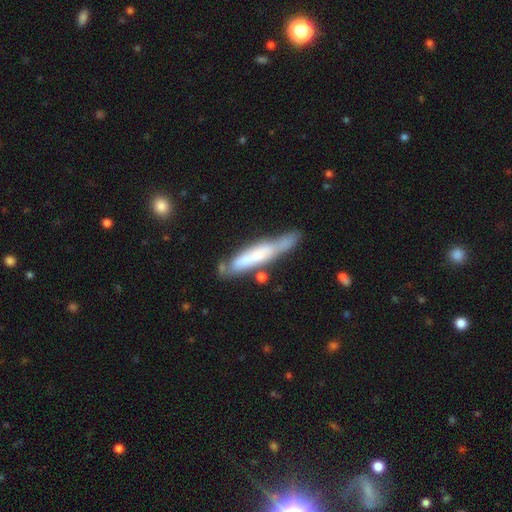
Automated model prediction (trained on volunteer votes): Overall: featured or disk (49%; smooth 45%). Merging: none (55%; minor disturbance 26%).